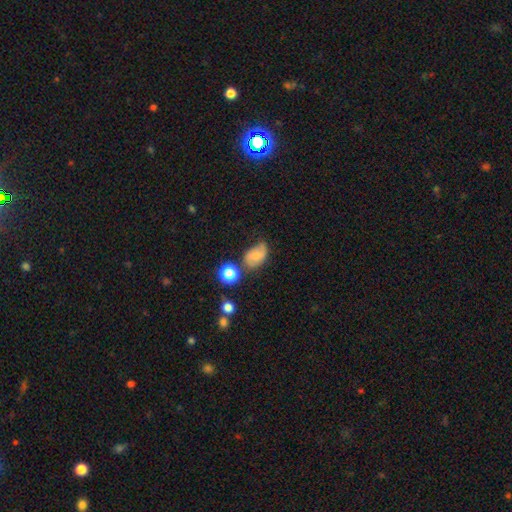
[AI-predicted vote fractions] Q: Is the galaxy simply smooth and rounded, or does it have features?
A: smooth — 65%.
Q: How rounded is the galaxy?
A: in between — 82%.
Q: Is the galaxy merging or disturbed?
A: none — 50%.